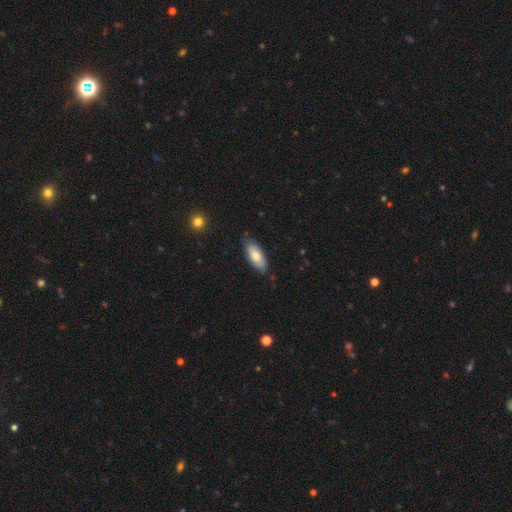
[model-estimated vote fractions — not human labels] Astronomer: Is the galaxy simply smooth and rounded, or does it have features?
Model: smooth — 74%.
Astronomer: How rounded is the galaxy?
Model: in between — 81%.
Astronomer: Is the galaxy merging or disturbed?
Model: none — 77%.